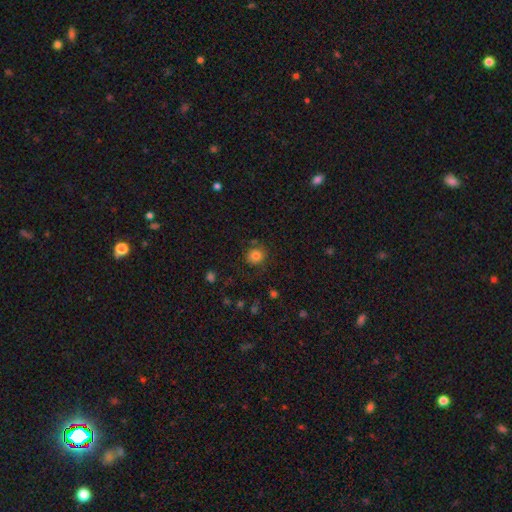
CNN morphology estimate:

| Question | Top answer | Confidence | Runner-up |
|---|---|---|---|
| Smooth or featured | smooth | 80% | star or artifact (12%) |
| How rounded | round | 82% | in between (17%) |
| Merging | none | 79% | minor disturbance (14%) |